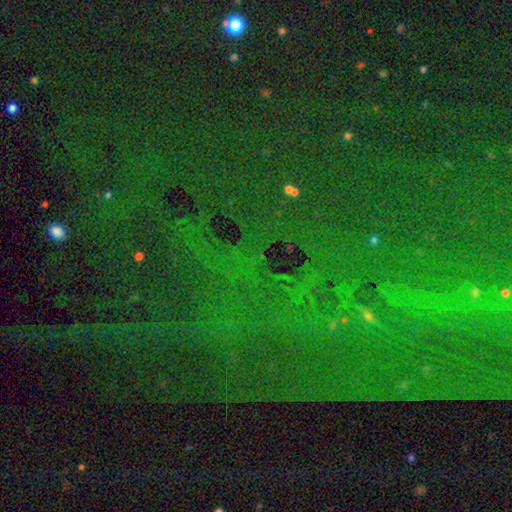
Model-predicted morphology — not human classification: smooth-or-featured: star or artifact: 82% | smooth: 10% | featured or disk: 8%